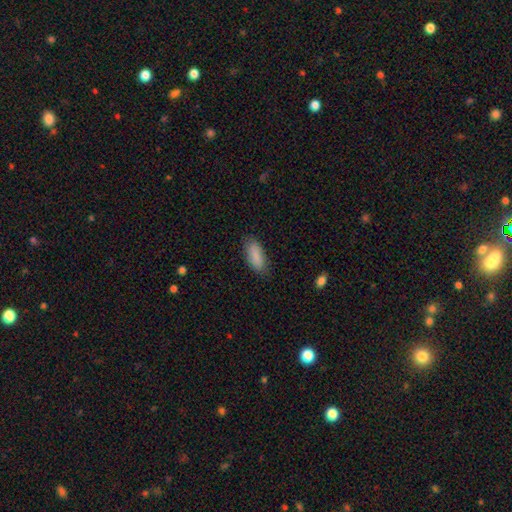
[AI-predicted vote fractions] Smooth or featured? Predicted: smooth (p=0.89). How rounded? Predicted: in between (p=0.78). Merging? Predicted: none (p=0.82).